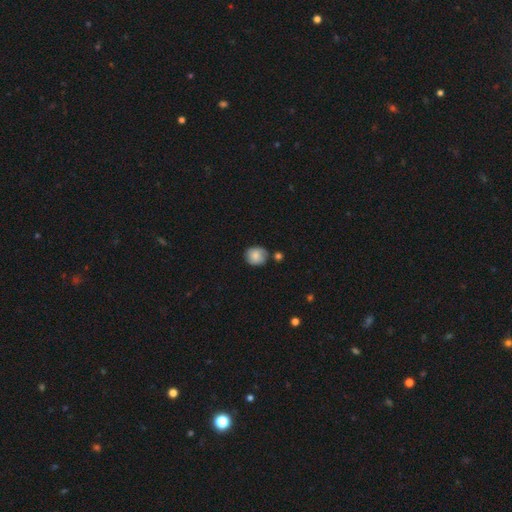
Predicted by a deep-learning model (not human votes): A smooth galaxy with no disk features (77%) that is round (80%). Merging: none (69%).